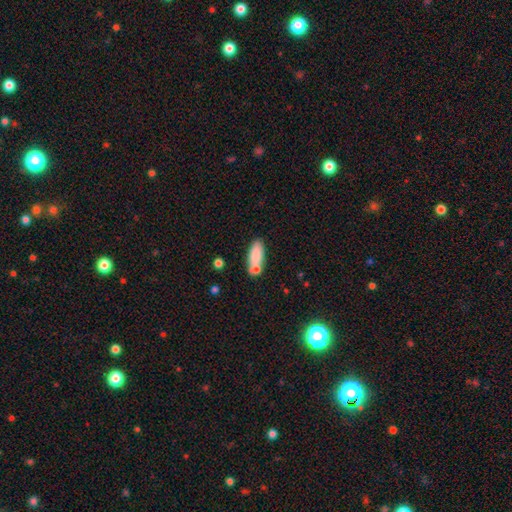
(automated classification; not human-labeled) Smooth or featured?
  - smooth: 82% *
  - featured or disk: 11%
  - star or artifact: 7%
How rounded?
  - in between: 70% *
  - cigar-shaped: 27%
  - round: 2%
Merging?
  - none: 58% *
  - merger: 22%
  - minor disturbance: 15%
  - major disturbance: 4%